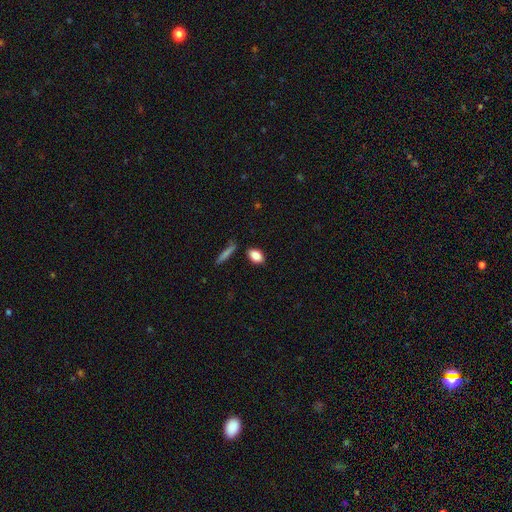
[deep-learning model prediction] The model was most divided on "merging": none: 81%, minor disturbance: 12%, merger: 4%, major disturbance: 3%. More confident: how rounded — in between (86%); smooth or featured — smooth (86%).